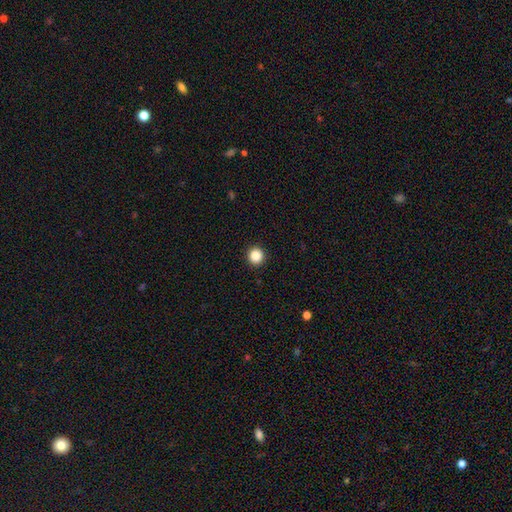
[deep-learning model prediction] Smooth or featured? smooth (87%)
How rounded? round (95%)
Merging? none (93%)